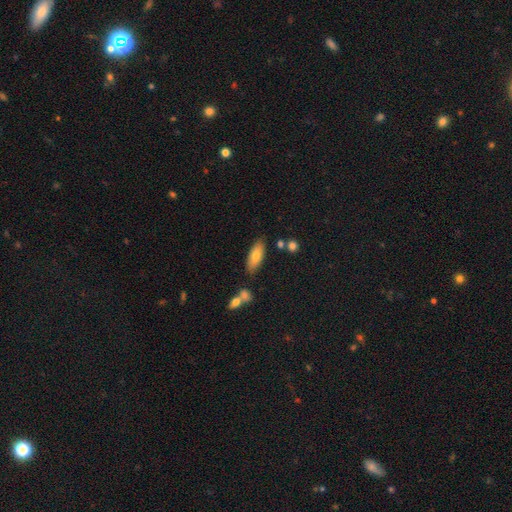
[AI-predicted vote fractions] Smooth or featured? Predicted: smooth (p=0.75). How rounded? Predicted: in between (p=0.75). Merging? Predicted: none (p=0.78).